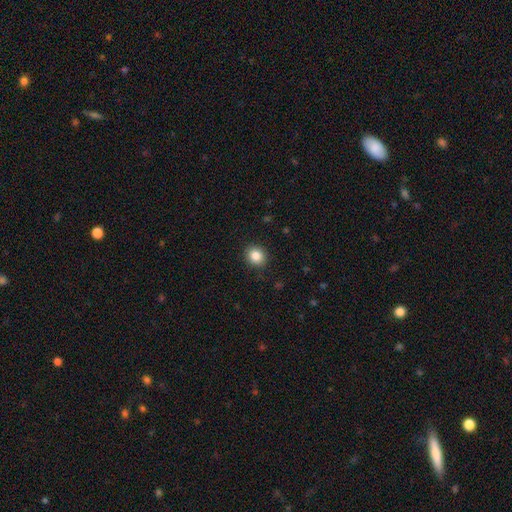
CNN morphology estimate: Smooth or featured: smooth — 85% (star or artifact — 10%)
How rounded: round — 77% (in between — 22%)
Merging: none — 90% (minor disturbance — 7%)